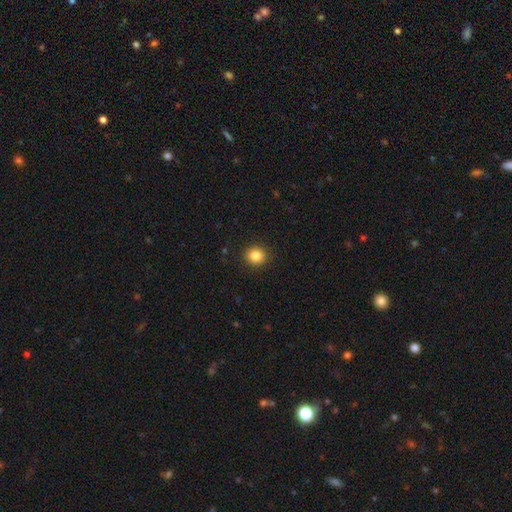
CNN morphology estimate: Smooth or featured? smooth (85%)
How rounded? round (84%)
Merging? none (91%)